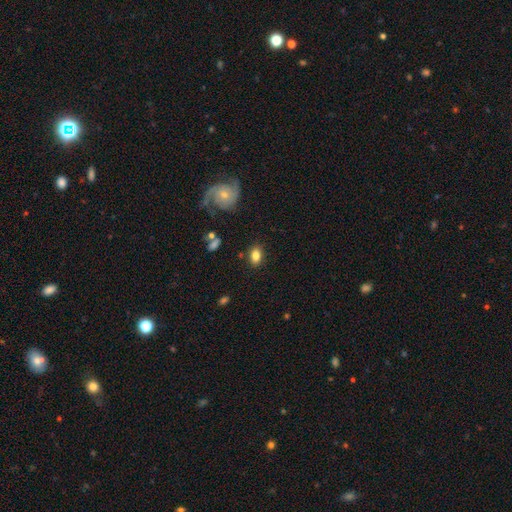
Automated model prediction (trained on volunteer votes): A smooth galaxy with no disk features (81%) that is in between round and cigar-shaped (81%).

Vote fractions:
- Smooth or featured? smooth: 81% / featured or disk: 10% / star or artifact: 9%
- How rounded? in between: 81% / round: 17% / cigar-shaped: 2%
- Merging? none: 84% / minor disturbance: 11% / major disturbance: 3% / merger: 2%